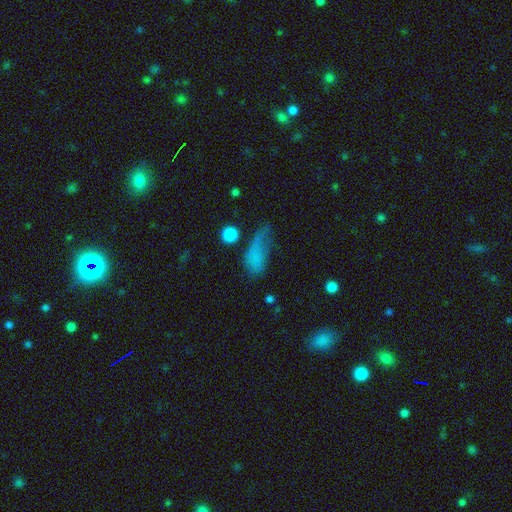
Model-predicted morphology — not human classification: smooth_or_featured: smooth (p=0.67) [alt: featured or disk p=0.19]
how_rounded: in between (p=0.74) [alt: cigar-shaped p=0.17]
merging: major disturbance (p=0.36) [alt: none p=0.30]